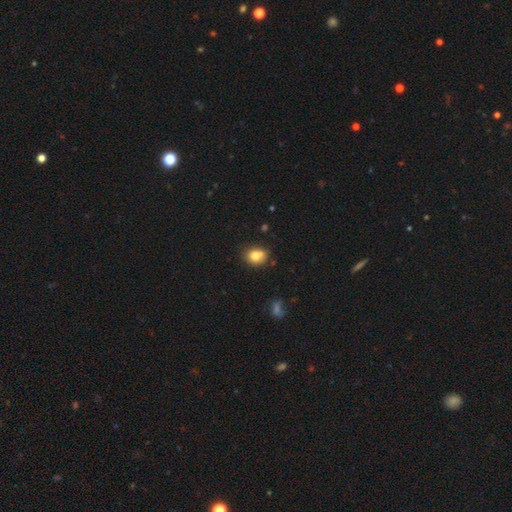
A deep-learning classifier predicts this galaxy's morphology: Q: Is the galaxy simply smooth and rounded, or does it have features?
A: smooth — 78%.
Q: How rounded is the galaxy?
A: round — 58%.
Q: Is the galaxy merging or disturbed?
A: none — 57%.